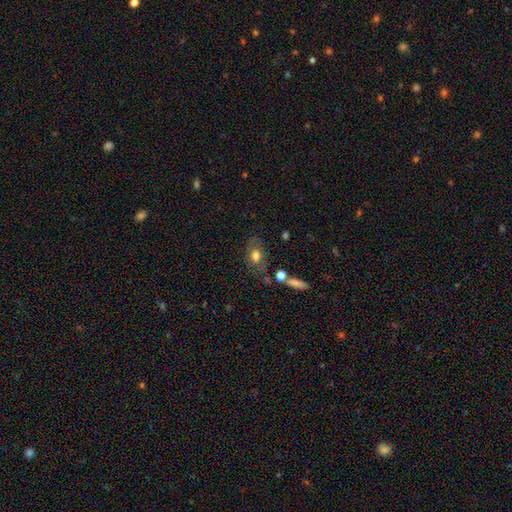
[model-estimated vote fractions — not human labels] A smooth galaxy with no disk features (56%) that is in between round and cigar-shaped (78%).

Vote fractions:
- Smooth or featured? smooth: 56% / featured or disk: 34% / star or artifact: 9%
- How rounded? in between: 78% / round: 19% / cigar-shaped: 3%
- Merging? none: 66% / minor disturbance: 18% / major disturbance: 9% / merger: 7%